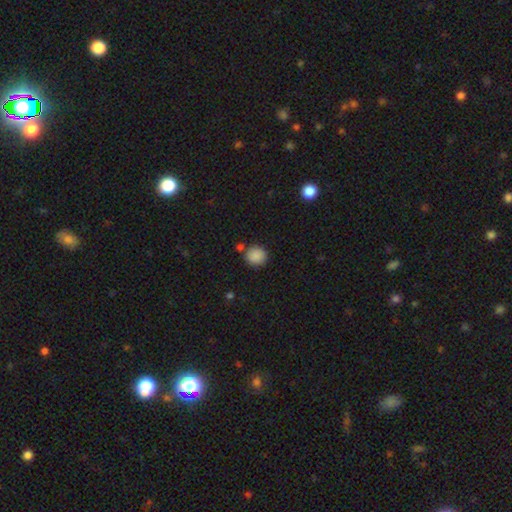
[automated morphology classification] Q: Smooth or featured?
A: smooth (88%); runner-up: star or artifact (9%)
Q: How rounded?
A: round (86%); runner-up: in between (13%)
Q: Merging?
A: none (79%); runner-up: minor disturbance (10%)